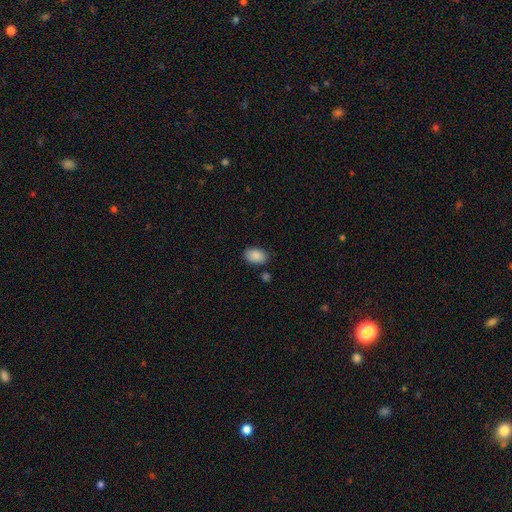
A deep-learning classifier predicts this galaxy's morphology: Q: Smooth or featured?
A: smooth (88%); runner-up: star or artifact (7%)
Q: How rounded?
A: in between (88%); runner-up: round (11%)
Q: Merging?
A: none (81%); runner-up: minor disturbance (12%)